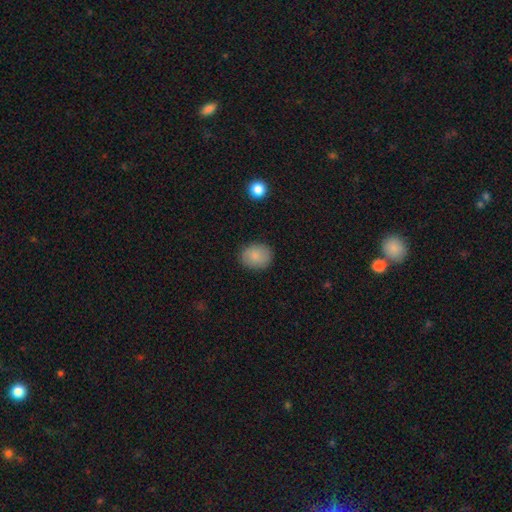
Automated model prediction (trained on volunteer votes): Smooth or featured?
  - smooth: 86% *
  - star or artifact: 8%
  - featured or disk: 6%
How rounded?
  - round: 54% *
  - in between: 45%
  - cigar-shaped: 1%
Merging?
  - none: 85% *
  - minor disturbance: 11%
  - major disturbance: 3%
  - merger: 1%